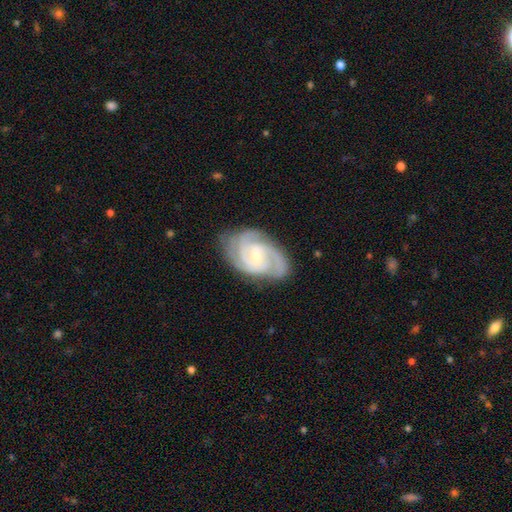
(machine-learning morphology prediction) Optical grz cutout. It shows a featured or disk galaxy (89%) with a weak bar (57%), 2 (38%) tight (57%) spiral arms (98%) and a small central bulge (58%). Merging: none (74%).